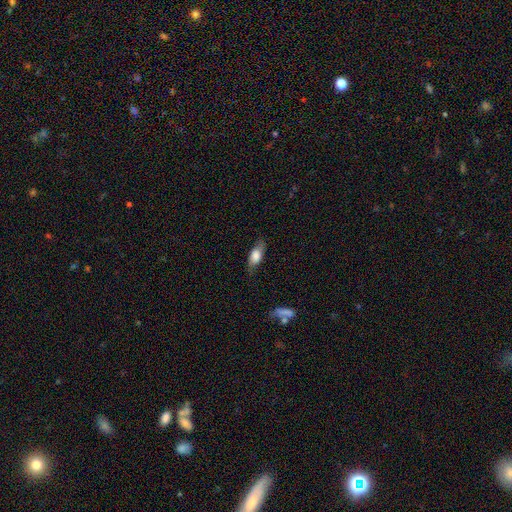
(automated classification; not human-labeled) A smooth galaxy with no disk features (66%) that is in between round and cigar-shaped (73%).

Vote fractions:
- Smooth or featured? smooth: 66% / featured or disk: 26% / star or artifact: 7%
- How rounded? in between: 73% / cigar-shaped: 23% / round: 4%
- Merging? none: 73% / minor disturbance: 19% / major disturbance: 6% / merger: 2%